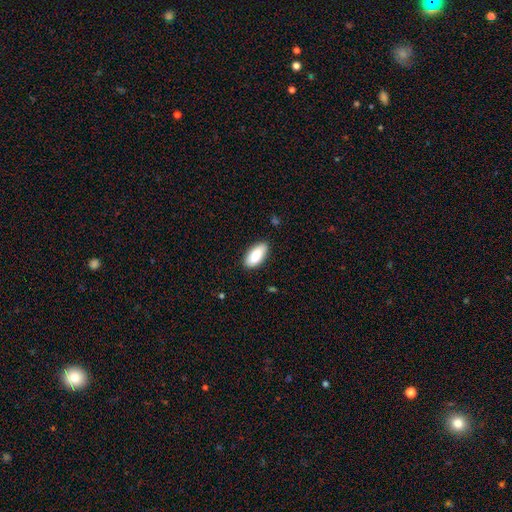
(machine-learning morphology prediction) The model was most divided on "merging": none: 85%, minor disturbance: 12%, major disturbance: 2%, merger: 1%. More confident: how rounded — in between (91%); smooth or featured — smooth (85%).